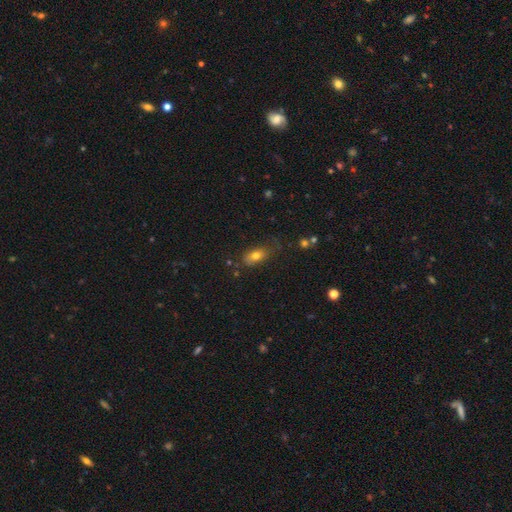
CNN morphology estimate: The model was most divided on "merging": none: 61%, minor disturbance: 26%, major disturbance: 10%, merger: 3%. More confident: how rounded — in between (84%); smooth or featured — smooth (77%).